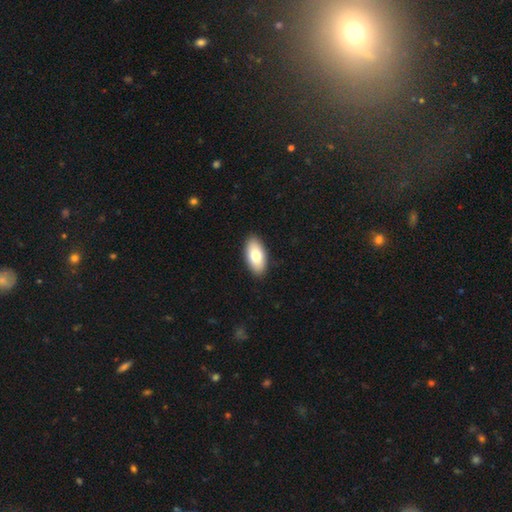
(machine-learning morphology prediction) This is likely a smooth galaxy (78%). How rounded: clearly in between (93%). Merging: clearly none (91%).